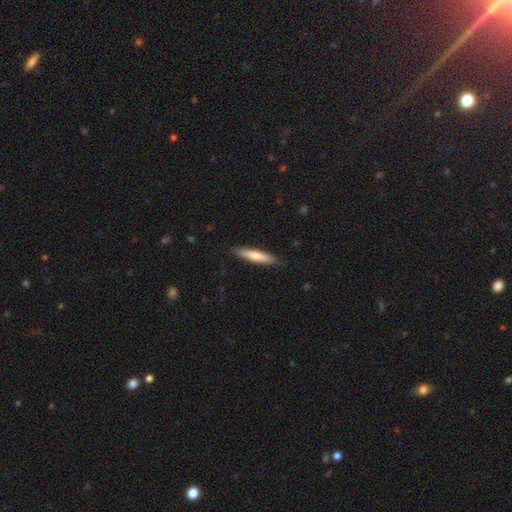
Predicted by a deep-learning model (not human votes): Q: Smooth or featured?
A: smooth (64%); runner-up: featured or disk (31%)
Q: How rounded?
A: cigar-shaped (88%); runner-up: in between (10%)
Q: Merging?
A: none (88%); runner-up: minor disturbance (10%)